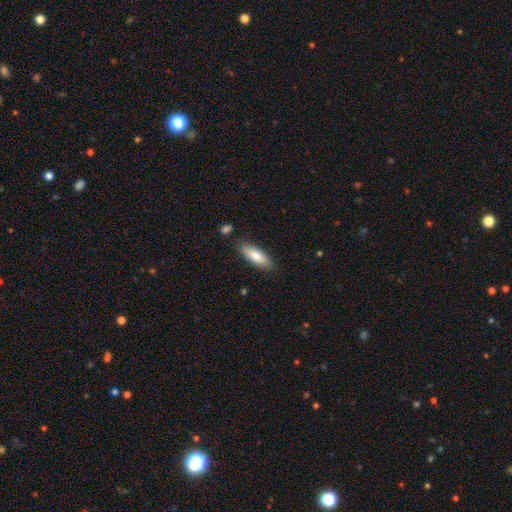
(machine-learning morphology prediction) smooth 78%, featured or disk 17%, star or artifact 6%. Down the decision tree: how rounded — in between (62%); merging — none (85%).